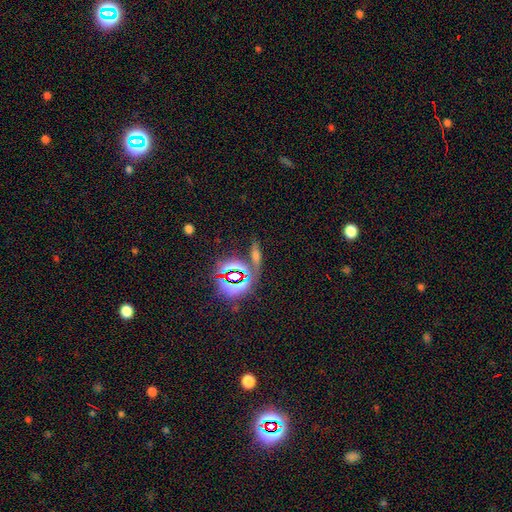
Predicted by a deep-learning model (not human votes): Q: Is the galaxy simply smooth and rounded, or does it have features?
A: star or artifact — 43%.